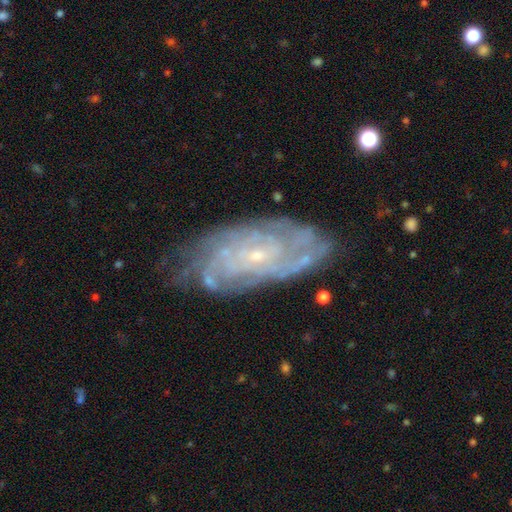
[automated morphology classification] smooth_or_featured: featured or disk (p=0.84) [alt: smooth p=0.10]
disk_edge_on: no (p=0.93) [alt: yes p=0.07]
bar: no (p=0.66) [alt: weak p=0.27]
has_spiral_arms: yes (p=0.94) [alt: no p=0.06]
spiral_winding: tight (p=0.73) [alt: medium p=0.22]
spiral_arm_count: can't tell (p=0.41) [alt: 4 p=0.17]
bulge_size: small (p=0.84) [alt: moderate p=0.11]
merging: none (p=0.74) [alt: minor disturbance p=0.19]